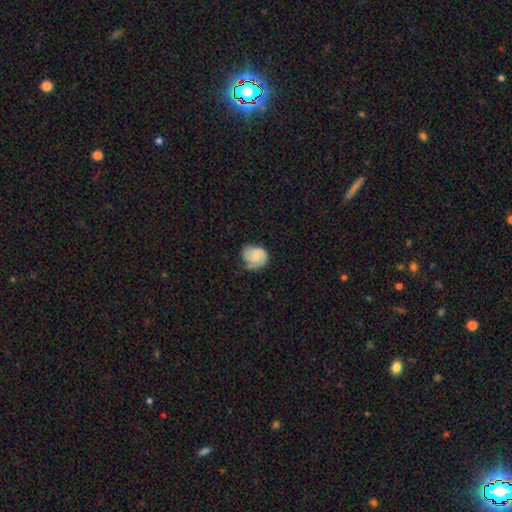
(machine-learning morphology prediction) A featured or disk galaxy (47%).

Vote fractions:
- Smooth or featured? featured or disk: 47% / smooth: 46% / star or artifact: 7%
- Merging? none: 53% / minor disturbance: 31% / major disturbance: 14% / merger: 1%